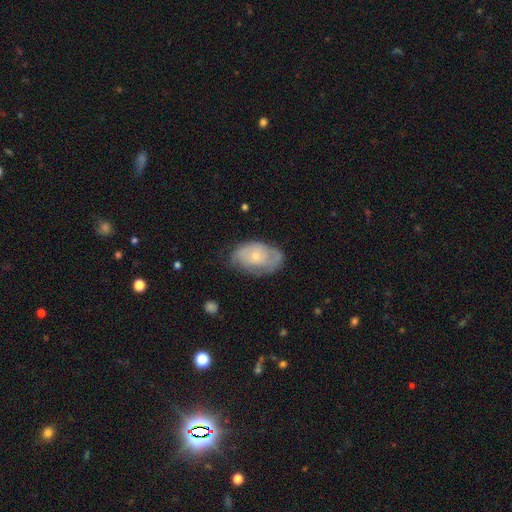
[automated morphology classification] Smooth or featured? smooth (47%)
Merging? none (57%)